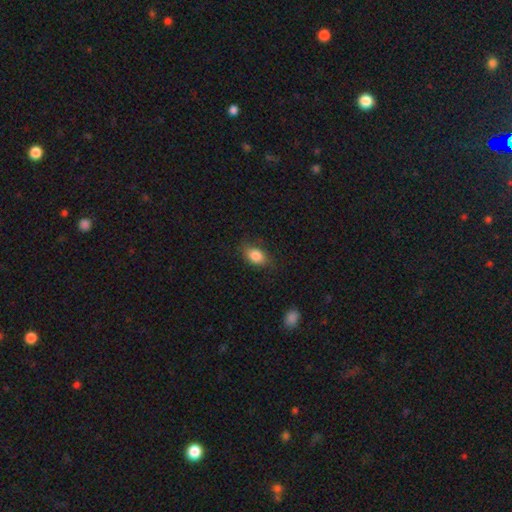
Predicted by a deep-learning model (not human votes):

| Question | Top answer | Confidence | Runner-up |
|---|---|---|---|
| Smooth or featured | smooth | 85% | star or artifact (8%) |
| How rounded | in between | 82% | round (16%) |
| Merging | none | 75% | minor disturbance (18%) |